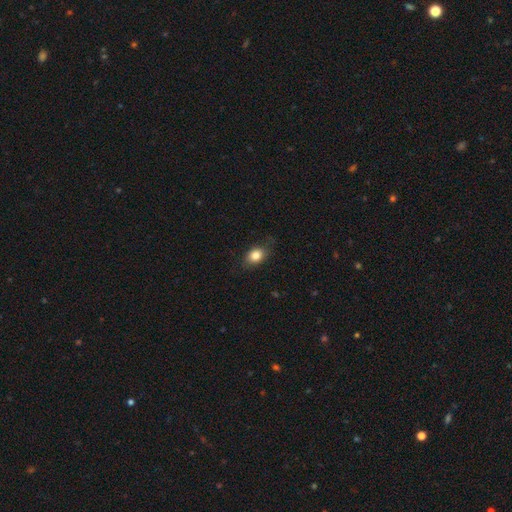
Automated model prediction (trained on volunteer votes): This appears to be a smooth galaxy with no disk features (83%) that is in between round and cigar-shaped (73%). Merging: none (79%).